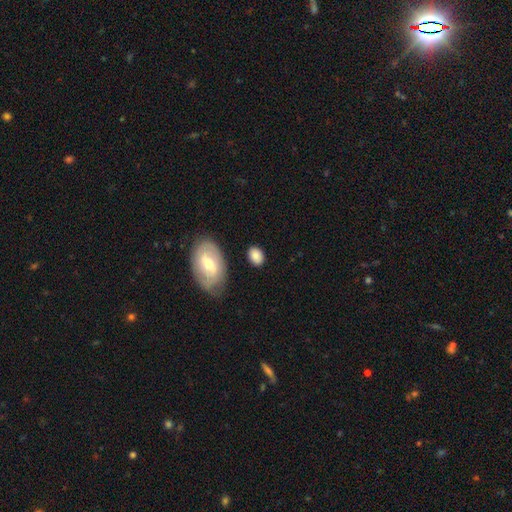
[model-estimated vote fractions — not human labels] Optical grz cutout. It shows a smooth galaxy with no disk features (80%) that is in between round and cigar-shaped (71%). Merging: none (76%).